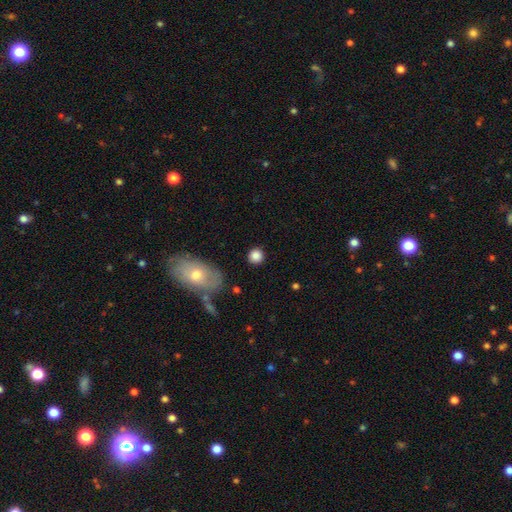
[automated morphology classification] Smooth or featured?
  - smooth: 85% *
  - star or artifact: 9%
  - featured or disk: 6%
How rounded?
  - round: 90% *
  - in between: 9%
  - cigar-shaped: 1%
Merging?
  - none: 86% *
  - minor disturbance: 8%
  - major disturbance: 3%
  - merger: 3%